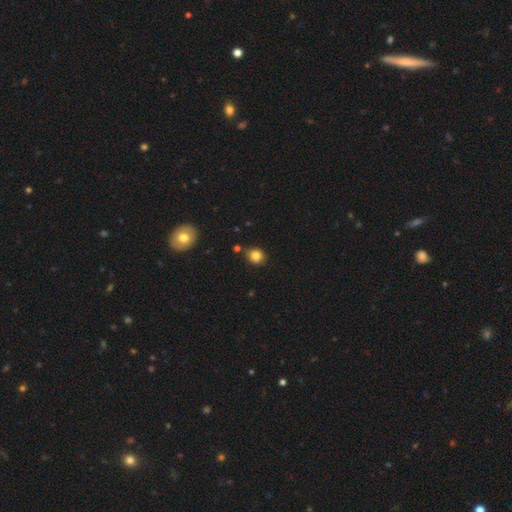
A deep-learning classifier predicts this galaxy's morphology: A smooth galaxy with no disk features (83%) that is round (78%).

Vote fractions:
- Smooth or featured? smooth: 83% / star or artifact: 11% / featured or disk: 6%
- How rounded? round: 78% / in between: 21% / cigar-shaped: 1%
- Merging? none: 79% / minor disturbance: 13% / merger: 5% / major disturbance: 3%